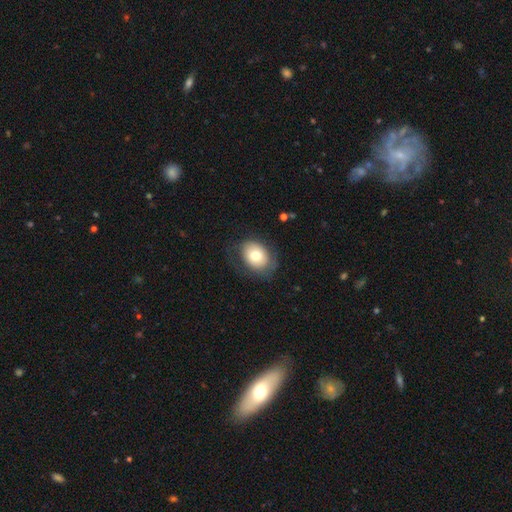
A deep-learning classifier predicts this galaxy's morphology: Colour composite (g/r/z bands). It shows a smooth galaxy with no disk features (72%) that is in between round and cigar-shaped (62%). Merging: none (72%).